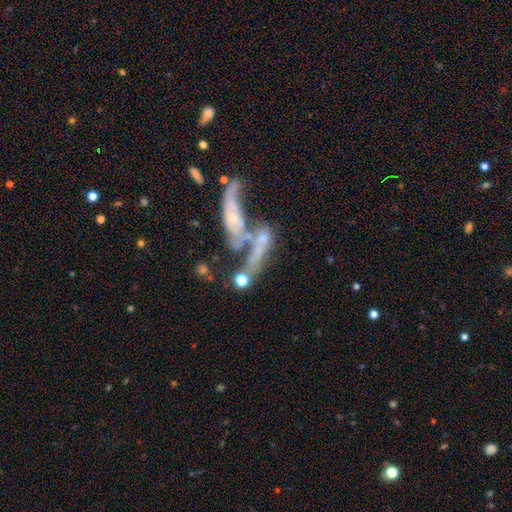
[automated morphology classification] Overall: featured or disk (49%; smooth 37%). Merging: merger (54%; none 19%).